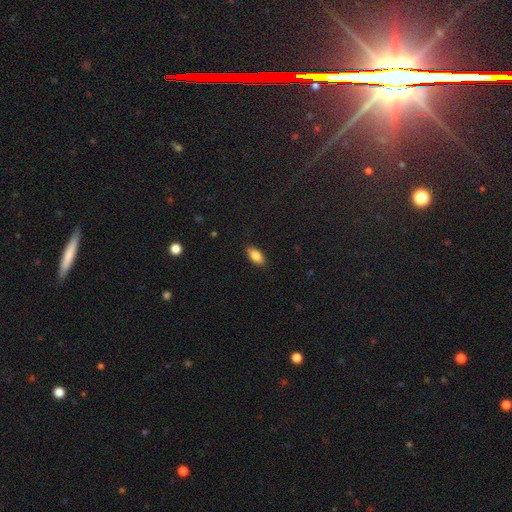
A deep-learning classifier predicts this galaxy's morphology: Smooth or featured? Predicted: smooth (p=0.85). How rounded? Predicted: in between (p=0.91). Merging? Predicted: none (p=0.86).